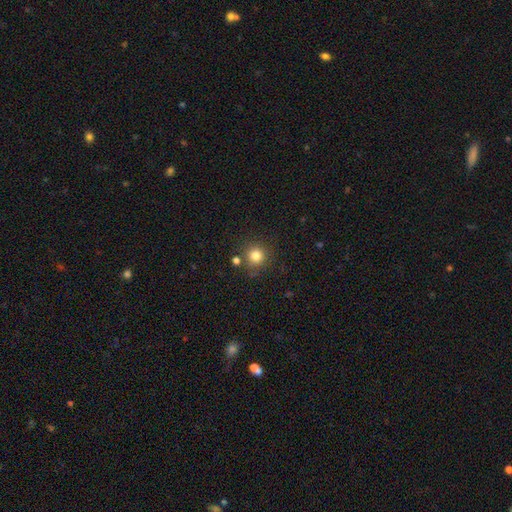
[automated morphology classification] Smooth or featured?
  - smooth: 81% *
  - star or artifact: 13%
  - featured or disk: 6%
How rounded?
  - round: 94% *
  - in between: 5%
  - cigar-shaped: 1%
Merging?
  - none: 80% *
  - minor disturbance: 9%
  - merger: 7%
  - major disturbance: 3%